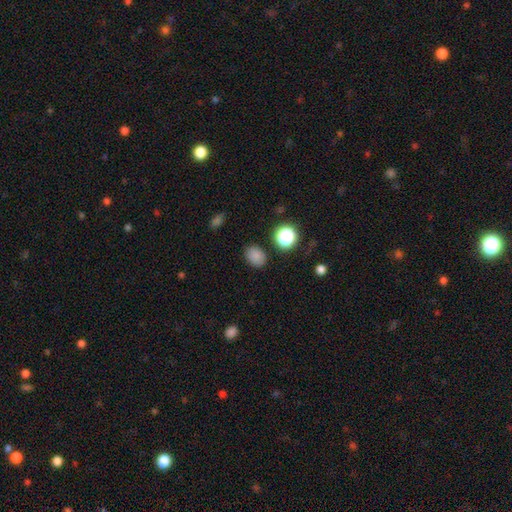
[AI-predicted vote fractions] Overall: smooth (82%). How rounded: in between (60%; round 39%). Merging: none (84%).